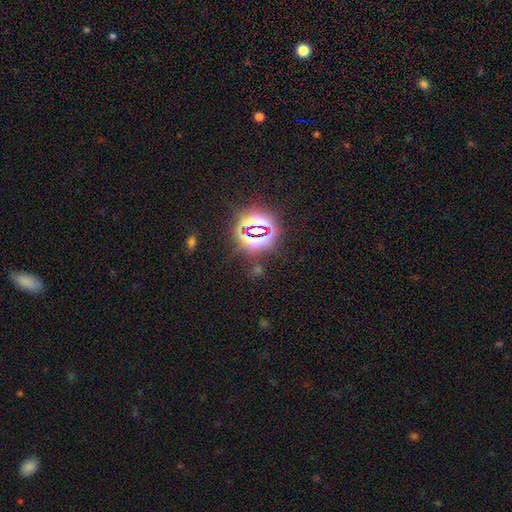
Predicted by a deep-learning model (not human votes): A star or artifact, not a galaxy (80%).